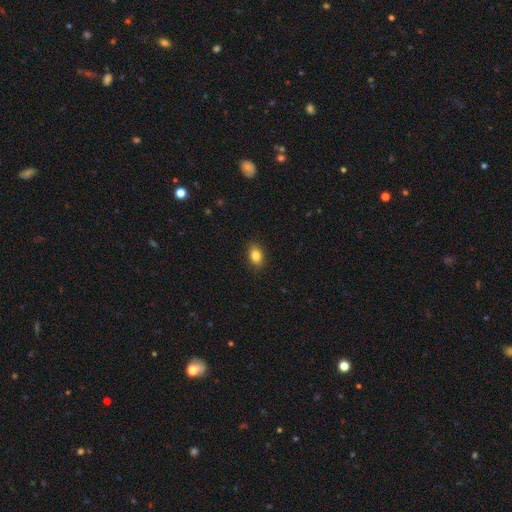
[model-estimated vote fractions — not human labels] smooth_or_featured: smooth (p=0.84) [alt: star or artifact p=0.09]
how_rounded: in between (p=0.80) [alt: round p=0.19]
merging: none (p=0.88) [alt: minor disturbance p=0.09]